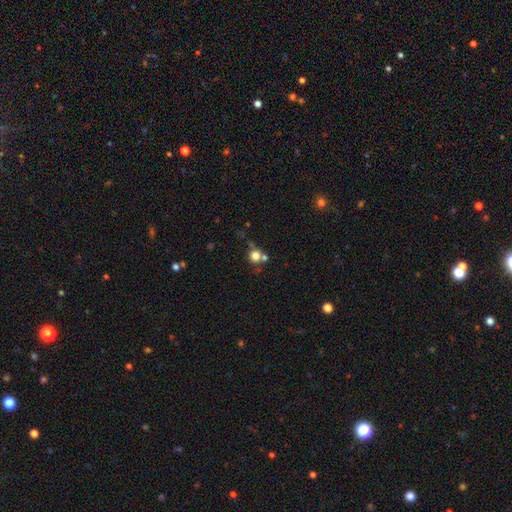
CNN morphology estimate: Smooth or featured? smooth (76%)
How rounded? round (89%)
Merging? none (56%)